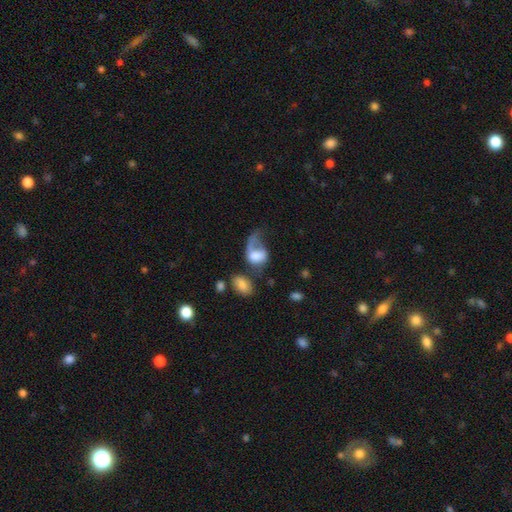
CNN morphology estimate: type=smooth (48%); merging=major disturbance (58%).